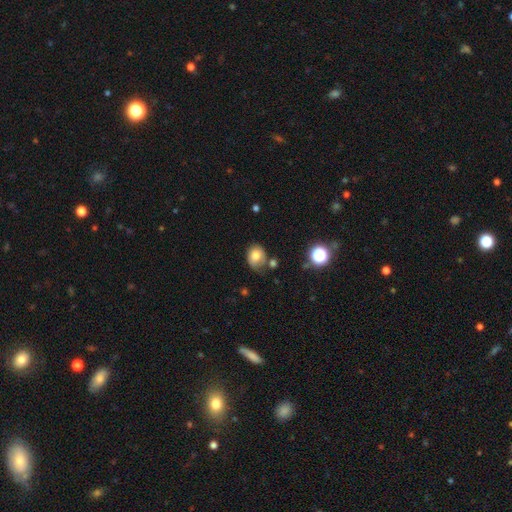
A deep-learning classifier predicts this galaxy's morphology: A smooth galaxy with no disk features (74%) that is round (58%). Merging: none (60%).